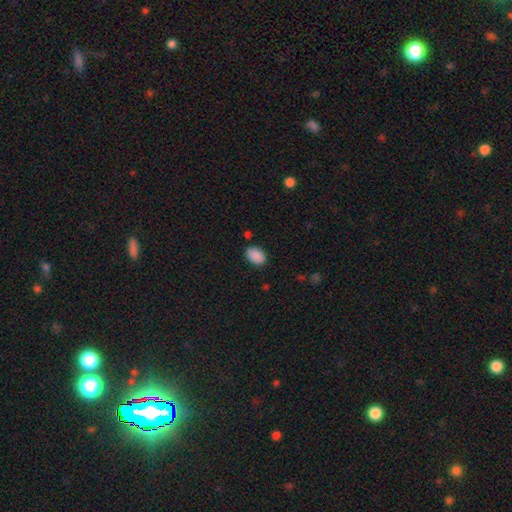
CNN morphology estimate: Smooth or featured?
  - smooth: 89% *
  - star or artifact: 8%
  - featured or disk: 3%
How rounded?
  - in between: 85% *
  - round: 14%
  - cigar-shaped: 1%
Merging?
  - none: 80% *
  - minor disturbance: 14%
  - major disturbance: 3%
  - merger: 2%